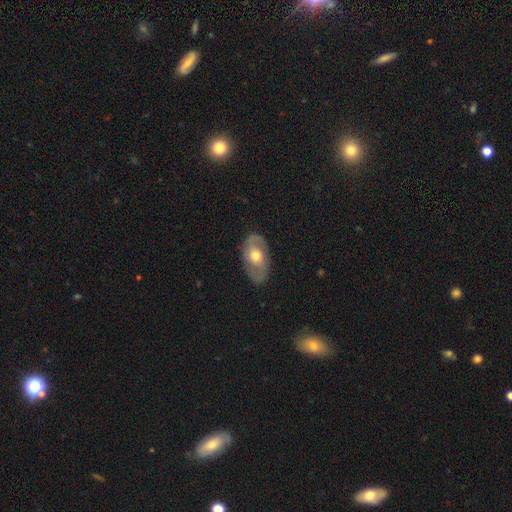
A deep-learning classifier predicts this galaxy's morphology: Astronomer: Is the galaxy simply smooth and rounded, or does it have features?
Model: featured or disk — 63%.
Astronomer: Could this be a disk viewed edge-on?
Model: no — 92%.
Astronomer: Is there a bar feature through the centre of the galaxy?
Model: no — 69%.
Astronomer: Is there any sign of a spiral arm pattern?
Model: yes — 68%.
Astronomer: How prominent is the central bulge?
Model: moderate — 75%.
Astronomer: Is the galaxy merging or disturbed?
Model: none — 80%.